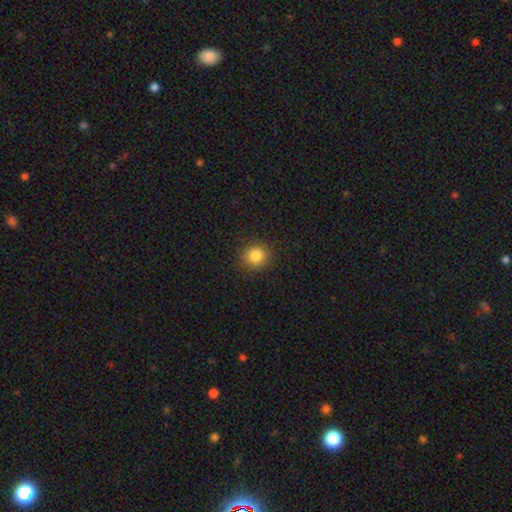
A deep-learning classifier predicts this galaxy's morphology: Smooth or featured? smooth (84%)
How rounded? round (86%)
Merging? none (89%)